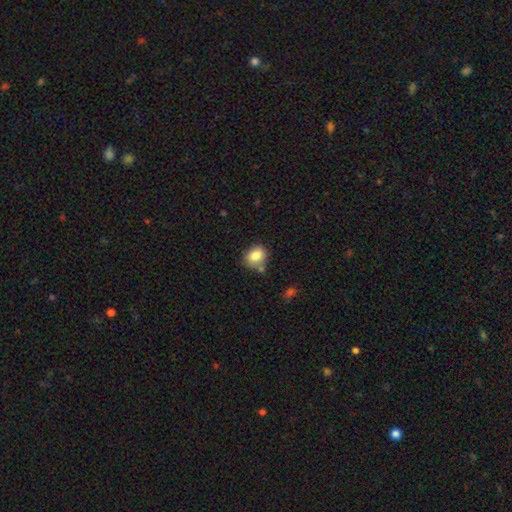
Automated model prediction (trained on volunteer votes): Smooth or featured?
  - smooth: 83% *
  - star or artifact: 9%
  - featured or disk: 8%
How rounded?
  - round: 54% *
  - in between: 45%
  - cigar-shaped: 1%
Merging?
  - none: 66% *
  - minor disturbance: 18%
  - merger: 11%
  - major disturbance: 4%